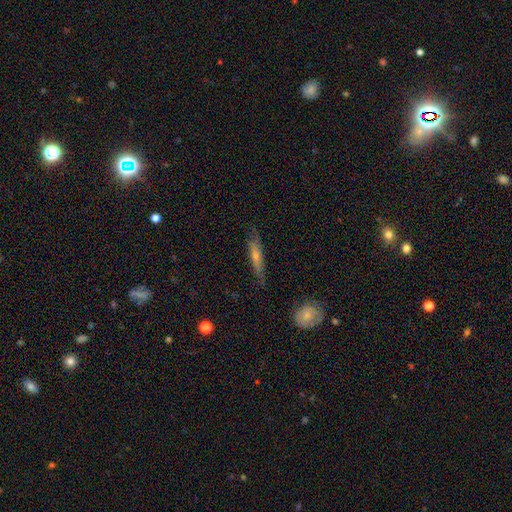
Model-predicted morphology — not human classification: The model was most divided on "smooth or featured": featured or disk: 53%, smooth: 39%, star or artifact: 8%. More confident: edge-on disk — yes (82%); merging — none (77%).